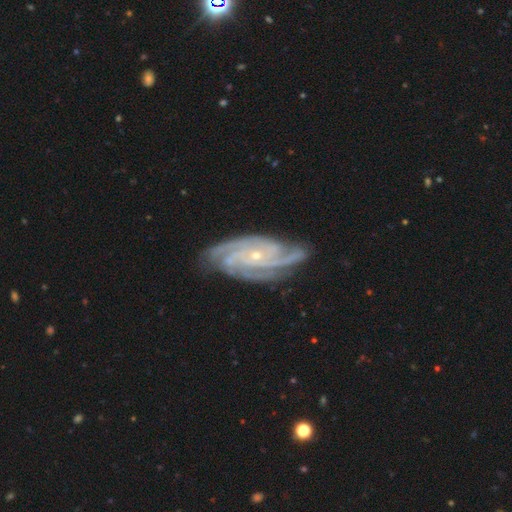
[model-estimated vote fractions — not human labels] Smooth or featured?
  - featured or disk: 92% *
  - star or artifact: 5%
  - smooth: 3%
Edge-on disk?
  - no: 96% *
  - yes: 4%
Bar?
  - no: 68% *
  - weak: 23%
  - strong: 9%
Spiral arms?
  - yes: 99% *
  - no: 1%
Spiral winding?
  - tight: 66% *
  - medium: 30%
  - loose: 4%
Spiral arm count?
  - 4: 35% *
  - 3: 34%
  - 2: 10%
  - can't tell: 9%
  - more than 4: 7%
  - 1: 5%
Bulge size?
  - small: 81% *
  - moderate: 16%
  - none: 1%
  - large: 1%
  - dominant: 1%
Merging?
  - none: 78% *
  - minor disturbance: 17%
  - major disturbance: 4%
  - merger: 1%